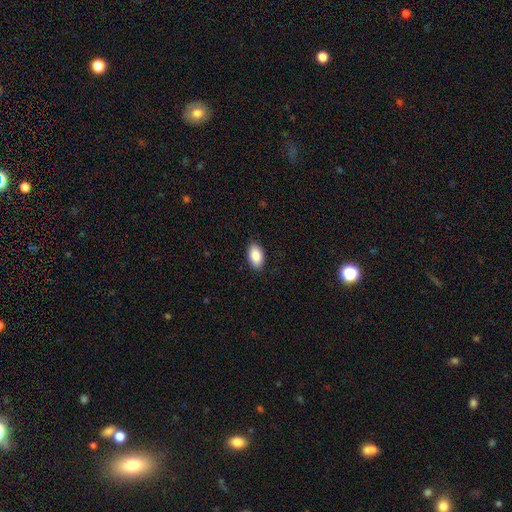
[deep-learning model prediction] smooth 89%, star or artifact 7%, featured or disk 5%. Down the decision tree: how rounded — in between (94%); merging — none (88%).